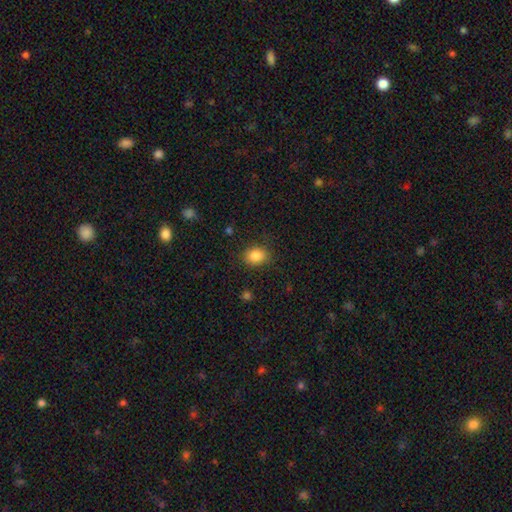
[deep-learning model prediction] Q: Smooth or featured?
A: smooth (85%); runner-up: star or artifact (10%)
Q: How rounded?
A: in between (53%); runner-up: round (46%)
Q: Merging?
A: none (83%); runner-up: minor disturbance (12%)